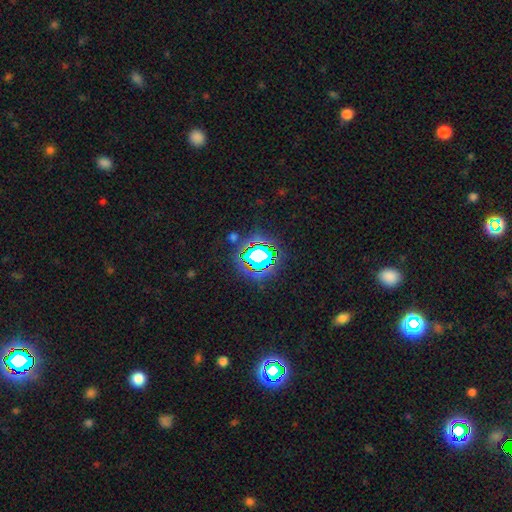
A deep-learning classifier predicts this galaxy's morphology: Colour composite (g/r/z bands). It shows a star or artifact, not a galaxy (80%).